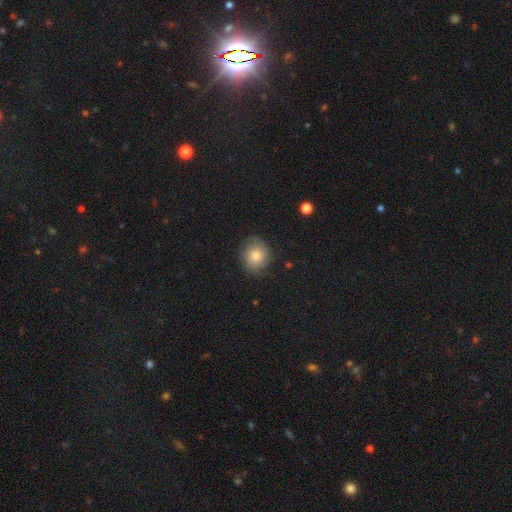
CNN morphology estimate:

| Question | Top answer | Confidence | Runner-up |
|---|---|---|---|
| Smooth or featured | smooth | 76% | featured or disk (14%) |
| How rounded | round | 73% | in between (26%) |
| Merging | none | 79% | minor disturbance (16%) |